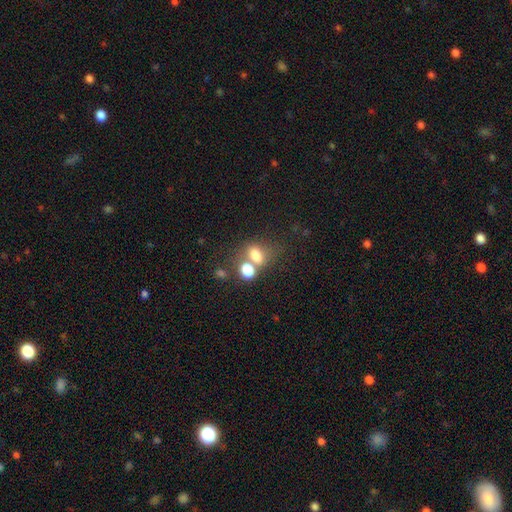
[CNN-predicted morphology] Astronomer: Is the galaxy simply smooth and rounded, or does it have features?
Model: smooth — 72%.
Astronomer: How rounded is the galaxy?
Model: in between — 67%.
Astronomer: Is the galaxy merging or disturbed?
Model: merger — 45% (runner-up: none, 36%).